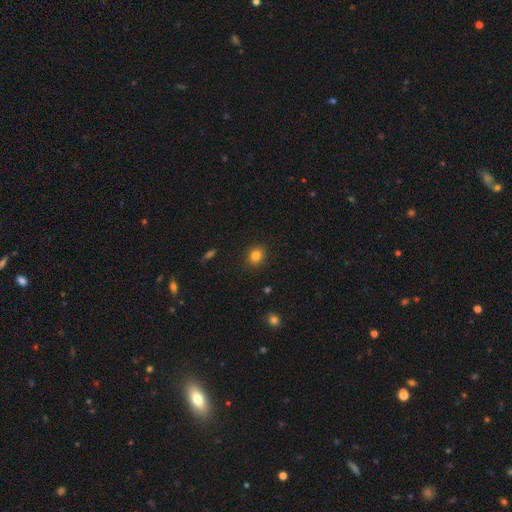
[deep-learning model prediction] Smooth or featured? Predicted: smooth (p=0.83). How rounded? Predicted: round (p=0.64). Merging? Predicted: none (p=0.89).